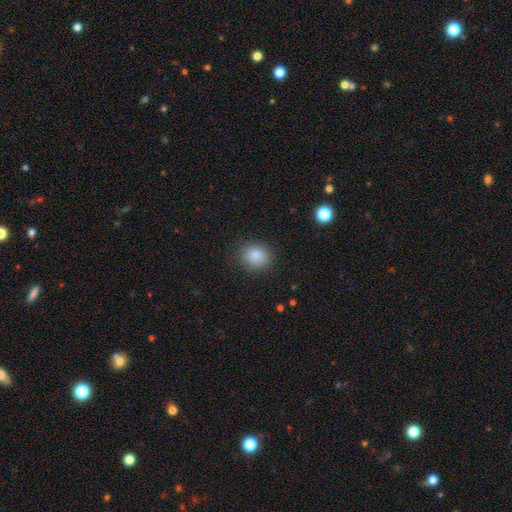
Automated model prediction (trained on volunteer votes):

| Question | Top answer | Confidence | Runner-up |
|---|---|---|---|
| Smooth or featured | smooth | 85% | star or artifact (10%) |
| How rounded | round | 70% | in between (29%) |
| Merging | none | 85% | minor disturbance (10%) |